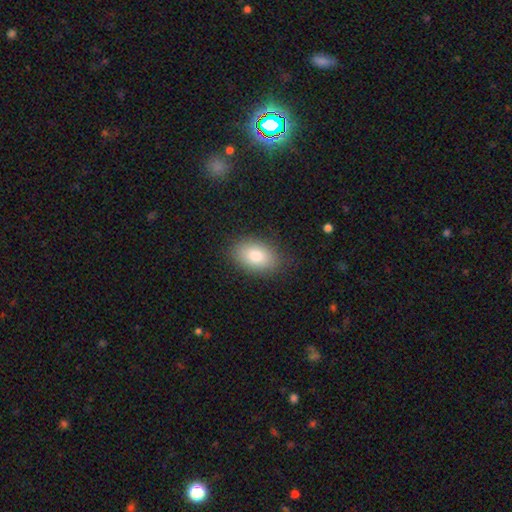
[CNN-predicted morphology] Q: Smooth or featured?
A: smooth (82%); runner-up: featured or disk (10%)
Q: How rounded?
A: in between (87%); runner-up: round (11%)
Q: Merging?
A: none (86%); runner-up: minor disturbance (11%)